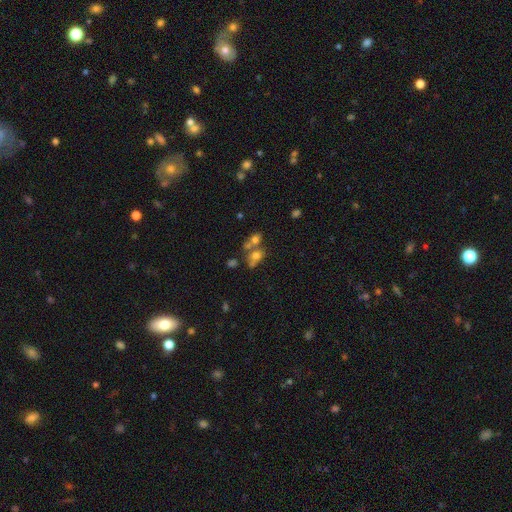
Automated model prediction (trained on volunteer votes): This is marginally a star or artifact rather than a galaxy (44%).